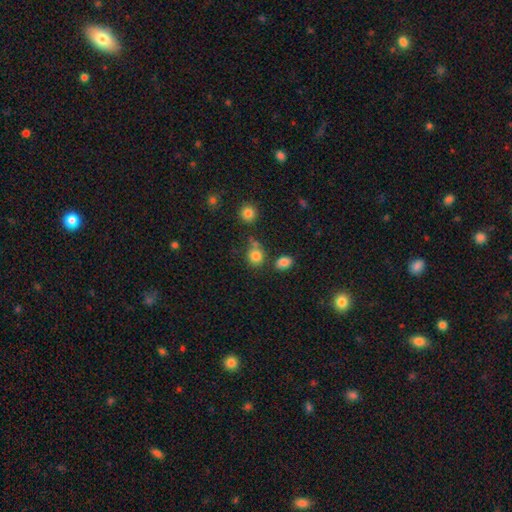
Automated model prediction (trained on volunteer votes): Smooth or featured: smooth — 82% (star or artifact — 12%)
How rounded: round — 80% (in between — 19%)
Merging: none — 63% (merger — 18%)